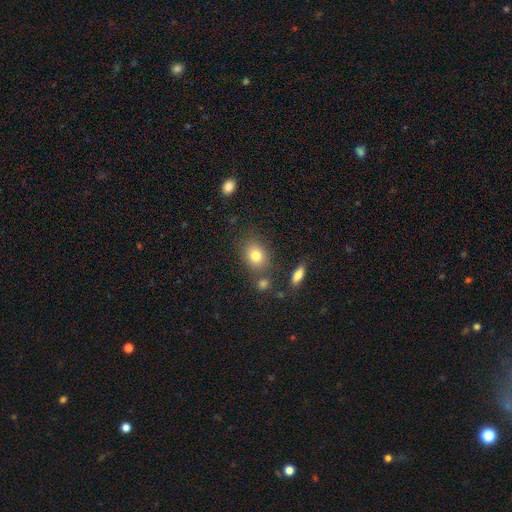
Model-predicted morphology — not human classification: A smooth galaxy with no disk features (80%) that is in between round and cigar-shaped (55%). Merging: none (74%).